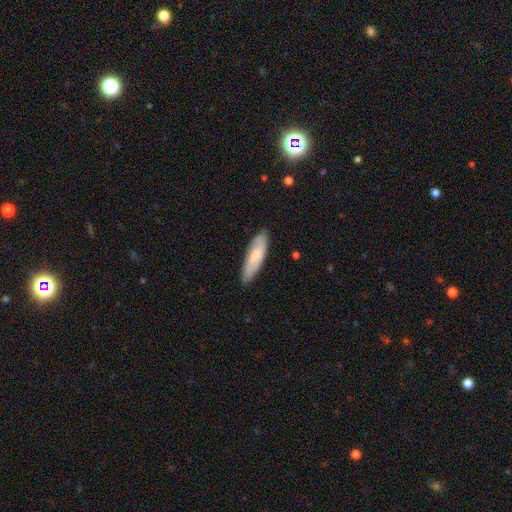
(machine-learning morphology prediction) Q: Smooth or featured?
A: smooth (59%); runner-up: featured or disk (35%)
Q: How rounded?
A: cigar-shaped (59%); runner-up: in between (39%)
Q: Merging?
A: none (80%); runner-up: minor disturbance (16%)